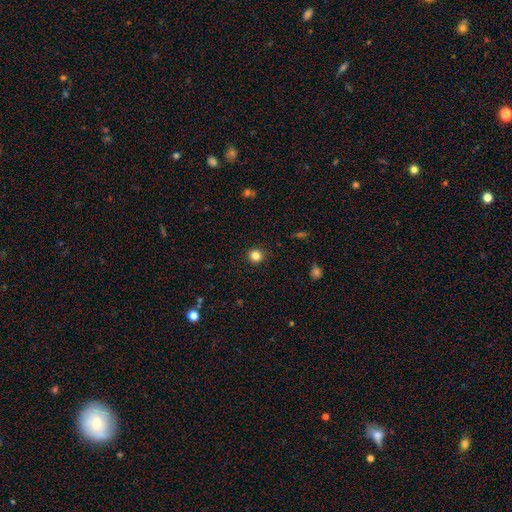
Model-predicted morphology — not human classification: Smooth or featured?
  - smooth: 83% *
  - star or artifact: 12%
  - featured or disk: 5%
How rounded?
  - round: 91% *
  - in between: 8%
  - cigar-shaped: 1%
Merging?
  - none: 91% *
  - minor disturbance: 6%
  - major disturbance: 2%
  - merger: 1%